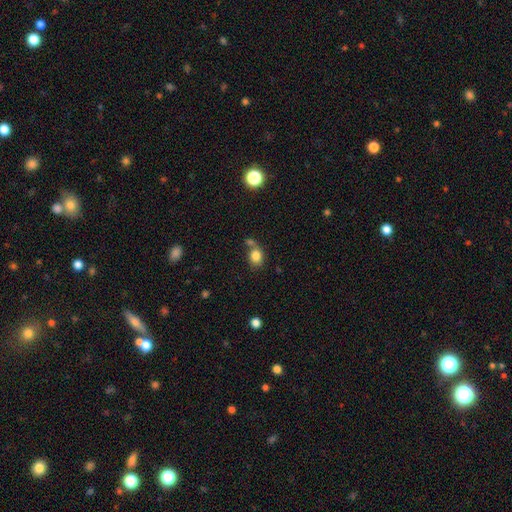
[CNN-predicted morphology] type=smooth (82%); roundness=round (52%); merging=none (55%).